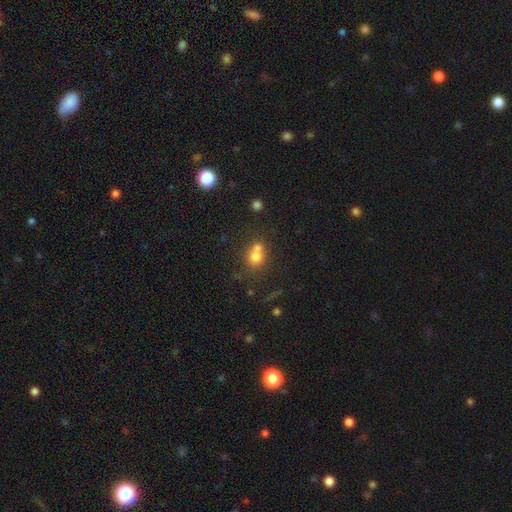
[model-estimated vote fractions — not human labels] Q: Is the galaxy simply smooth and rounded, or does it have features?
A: smooth — 71%.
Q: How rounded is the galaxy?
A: round — 75%.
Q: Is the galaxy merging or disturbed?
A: merger — 51%.